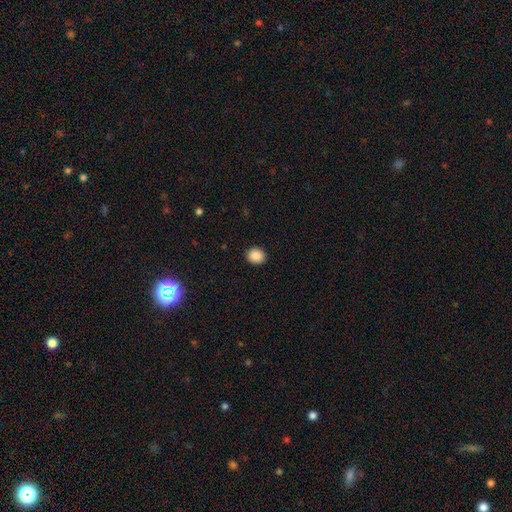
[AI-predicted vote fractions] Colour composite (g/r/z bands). It shows a smooth galaxy with no disk features (88%) that is round (73%). Merging: none (92%).